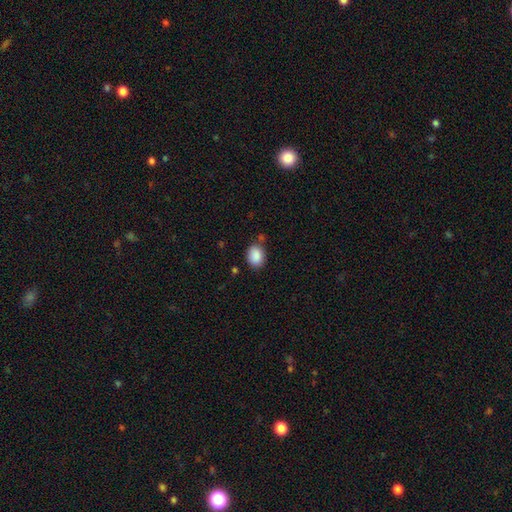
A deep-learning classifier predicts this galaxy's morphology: smooth 89%, star or artifact 8%, featured or disk 4%. Down the decision tree: how rounded — in between (66%); merging — none (75%).